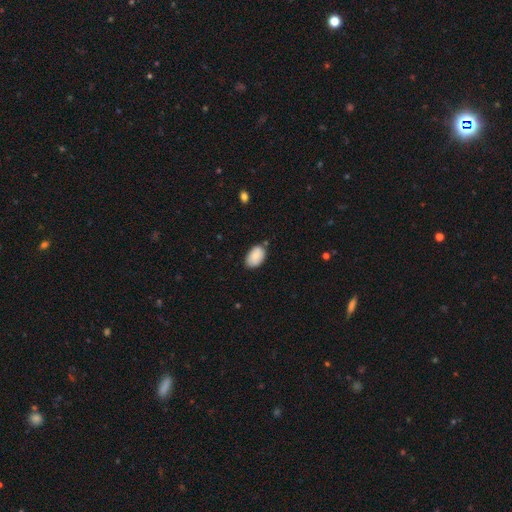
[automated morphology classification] type=smooth (85%); roundness=in between (92%); merging=none (73%).